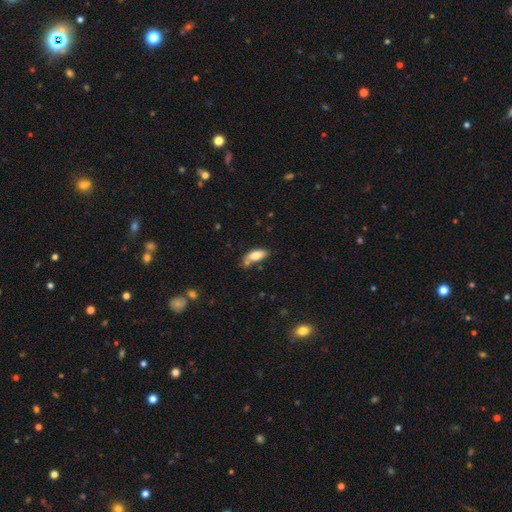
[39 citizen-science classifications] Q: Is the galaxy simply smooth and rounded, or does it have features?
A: smooth — 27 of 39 (69%).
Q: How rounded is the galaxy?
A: in between — 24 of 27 (89%).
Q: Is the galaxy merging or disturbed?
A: none — 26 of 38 (68%).